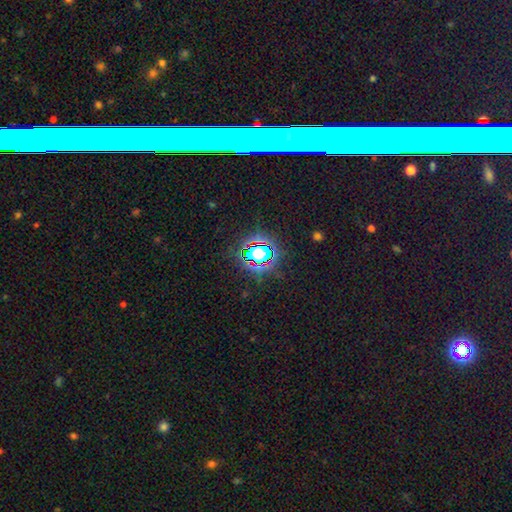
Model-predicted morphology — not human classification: star or artifact 68%, smooth 21%, featured or disk 12%.